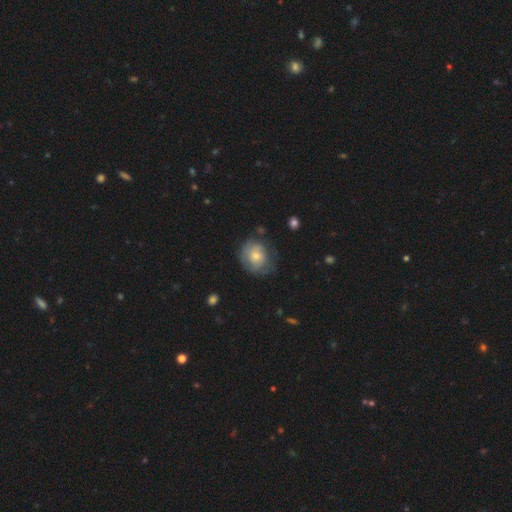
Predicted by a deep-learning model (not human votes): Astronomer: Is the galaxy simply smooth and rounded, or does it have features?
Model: smooth — 60%.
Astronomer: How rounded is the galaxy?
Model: round — 69%.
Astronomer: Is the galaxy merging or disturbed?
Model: none — 62%.